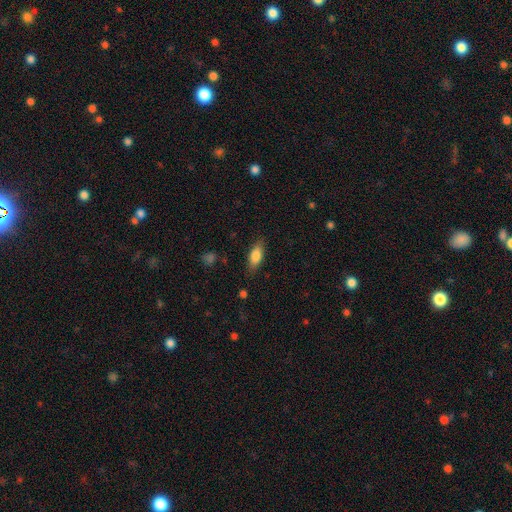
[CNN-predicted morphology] The model was most divided on "how rounded": in between: 79%, cigar-shaped: 19%, round: 2%. More confident: merging — none (83%); smooth or featured — smooth (82%).